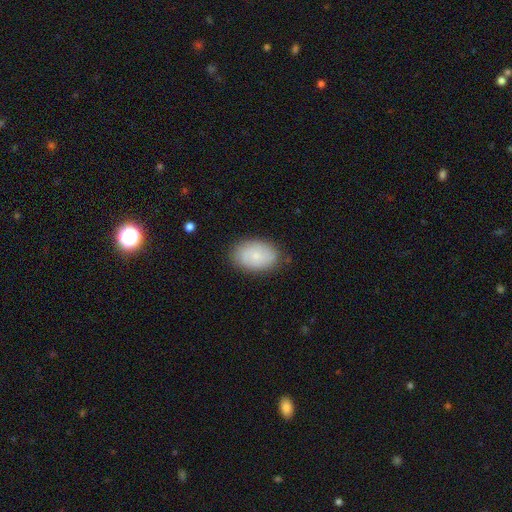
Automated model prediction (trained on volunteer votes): A smooth galaxy with no disk features (77%) that is in between round and cigar-shaped (88%). Merging: none (82%).